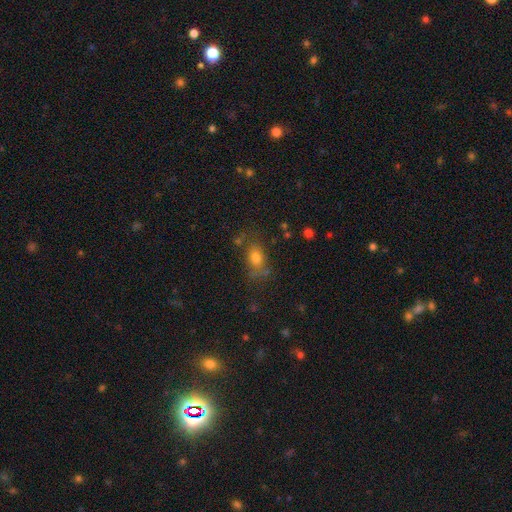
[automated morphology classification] Smooth or featured?
  - smooth: 67% *
  - star or artifact: 18%
  - featured or disk: 15%
How rounded?
  - in between: 70% *
  - round: 27%
  - cigar-shaped: 4%
Merging?
  - none: 65% *
  - minor disturbance: 20%
  - major disturbance: 9%
  - merger: 6%